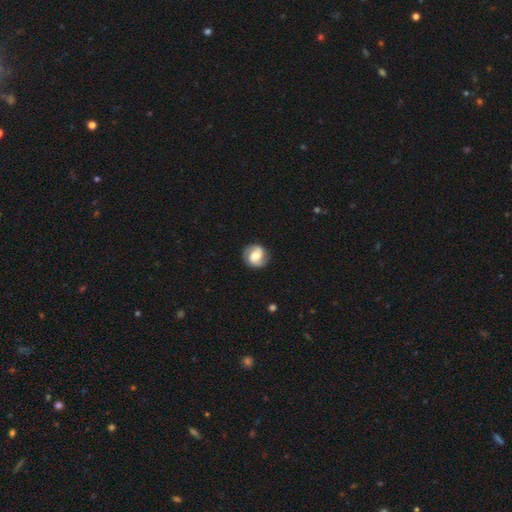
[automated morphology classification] Overall: featured or disk (67%). Edge-on disk: no (98%). Bar: weak (43%; no 39%). Spiral arms: yes (93%). Spiral arm count: 2 (89%). Spiral winding: medium (46%; tight 34%). Bulge size: moderate (37%; large 27%). Merging: none (83%).